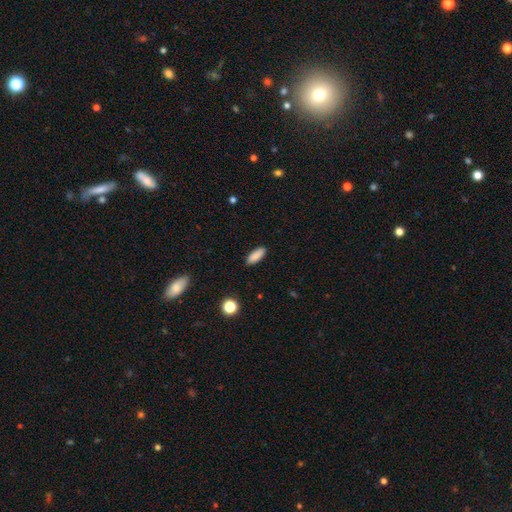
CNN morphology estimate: The model was most divided on "how rounded": in between: 64%, cigar-shaped: 34%, round: 2%. More confident: merging — none (89%); smooth or featured — smooth (88%).